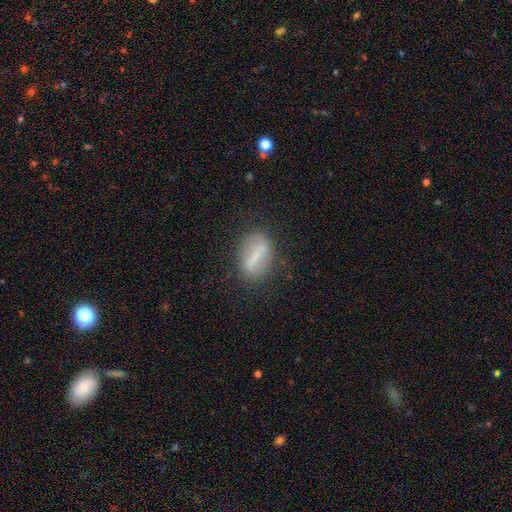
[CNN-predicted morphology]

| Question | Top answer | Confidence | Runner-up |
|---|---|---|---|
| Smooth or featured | smooth | 55% | featured or disk (36%) |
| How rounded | in between | 73% | cigar-shaped (14%) |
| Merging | none | 78% | minor disturbance (14%) |